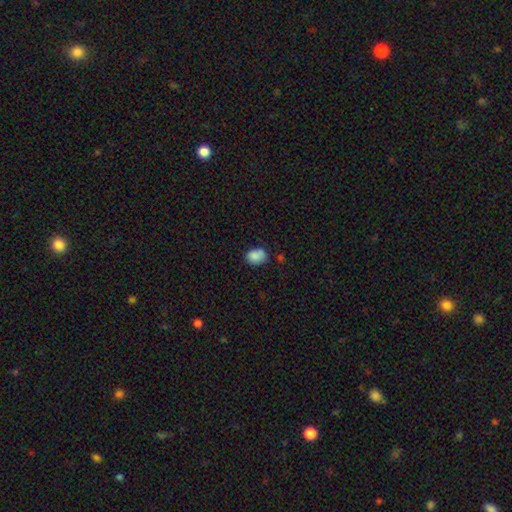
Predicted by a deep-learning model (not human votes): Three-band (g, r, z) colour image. It shows a smooth galaxy with no disk features (85%) that is in between round and cigar-shaped (63%). Merging: none (61%).